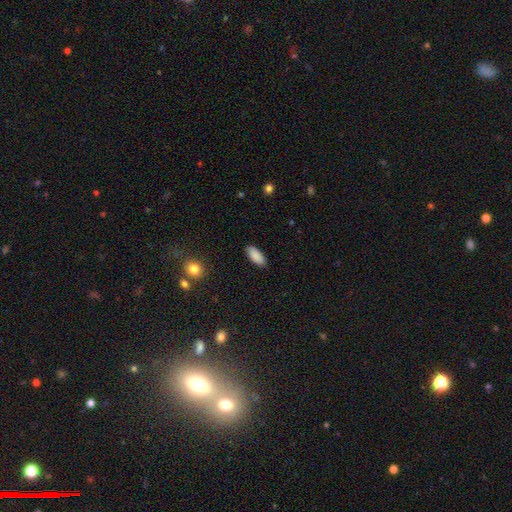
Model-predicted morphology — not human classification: type=smooth (90%); roundness=in between (85%); merging=none (88%).